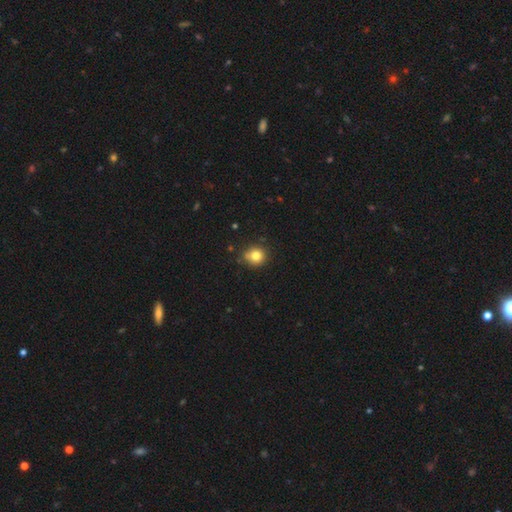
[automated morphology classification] smooth-or-featured: smooth: 81% | star or artifact: 12% | featured or disk: 8%
  how-rounded: round: 85% | in between: 14% | cigar-shaped: 1%
  merging: none: 77% | minor disturbance: 16% | merger: 4% | major disturbance: 3%